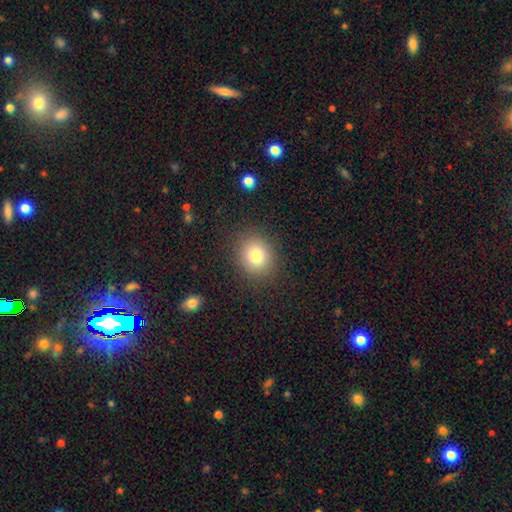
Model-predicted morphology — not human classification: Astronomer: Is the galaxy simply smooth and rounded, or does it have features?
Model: smooth — 78%.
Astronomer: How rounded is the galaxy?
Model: round — 74%.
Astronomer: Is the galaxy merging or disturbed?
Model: none — 87%.